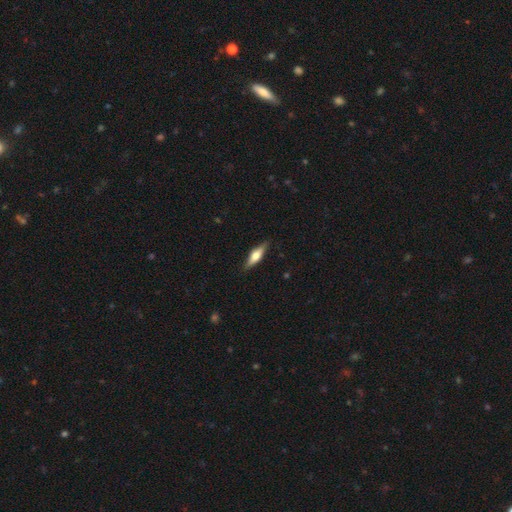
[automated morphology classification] smooth-or-featured: featured or disk: 48% | smooth: 46% | star or artifact: 6%
  merging: none: 86% | minor disturbance: 11% | major disturbance: 2% | merger: 1%